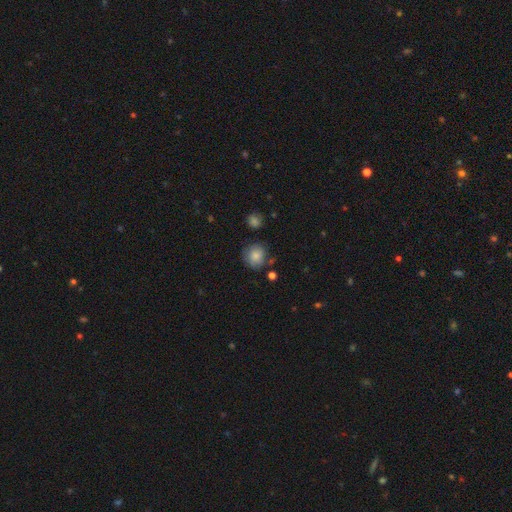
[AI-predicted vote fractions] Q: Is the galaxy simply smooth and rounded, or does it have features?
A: smooth — 81%.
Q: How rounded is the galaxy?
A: round — 82%.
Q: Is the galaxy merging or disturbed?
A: none — 70%.